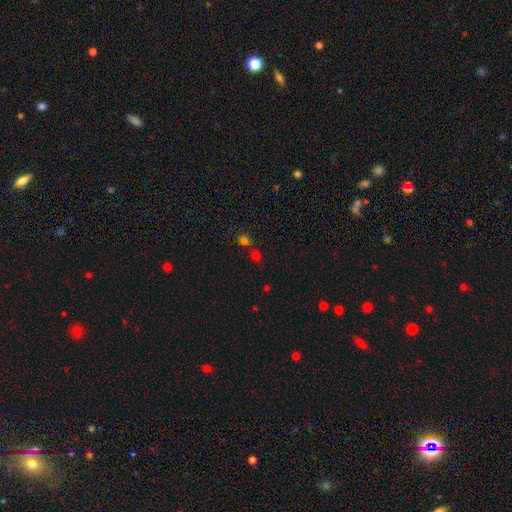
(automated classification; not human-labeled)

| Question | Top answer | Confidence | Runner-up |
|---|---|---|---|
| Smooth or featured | smooth | 57% | star or artifact (36%) |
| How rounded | round | 81% | in between (18%) |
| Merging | none | 63% | merger (26%) |